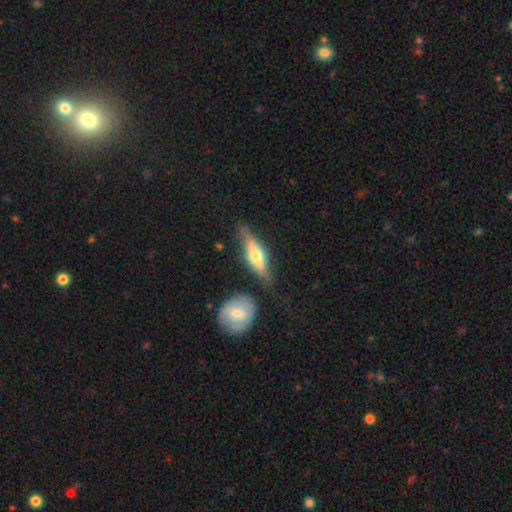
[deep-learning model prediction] Overall: featured or disk (50%; smooth 44%). Edge-on disk: yes (85%). Merging: none (70%).